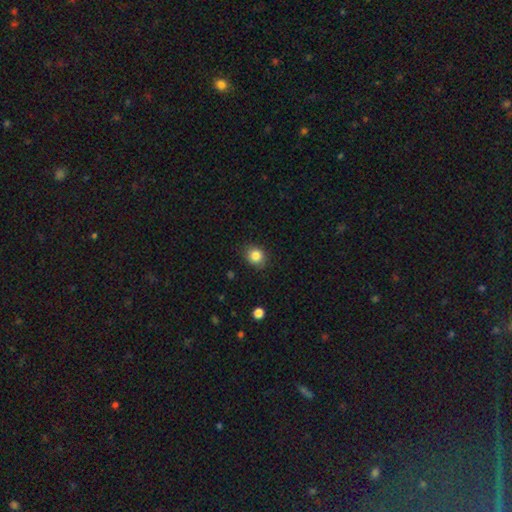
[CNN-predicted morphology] The model was most divided on "how rounded": round: 76%, in between: 23%, cigar-shaped: 1%. More confident: smooth or featured — smooth (84%); merging — none (83%).